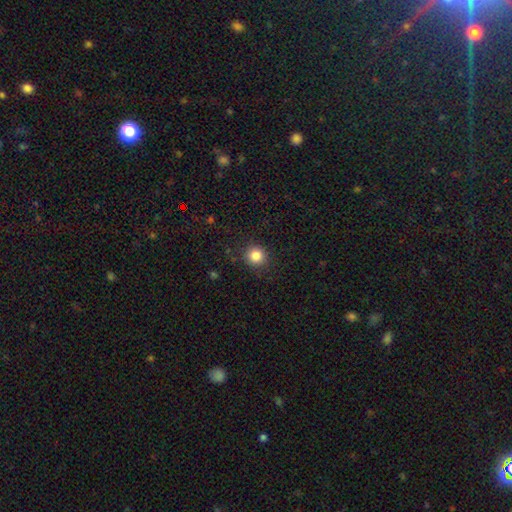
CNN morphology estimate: This appears to be a smooth galaxy with no disk features (85%) that is round (93%). Merging: none (89%).